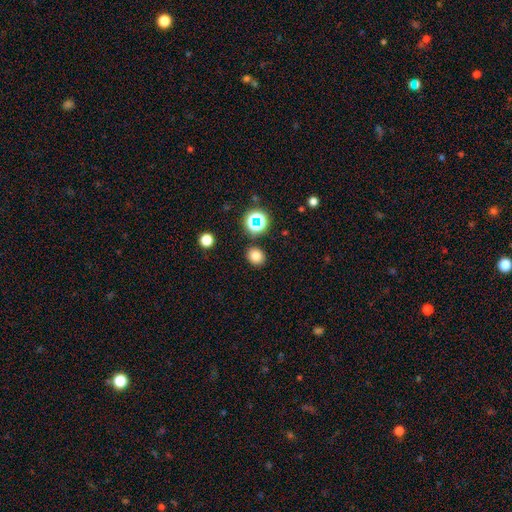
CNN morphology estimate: Smooth or featured? smooth (77%)
How rounded? round (71%)
Merging? none (87%)